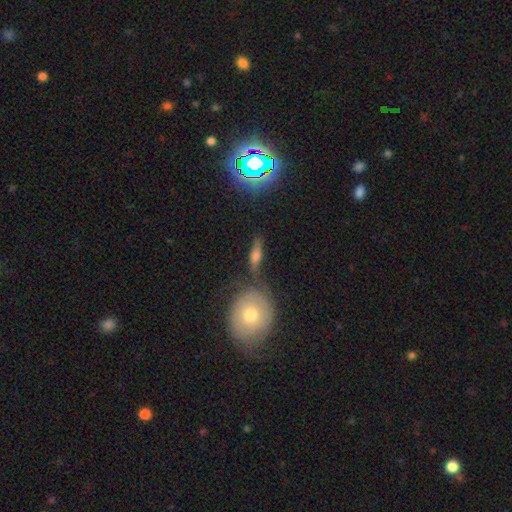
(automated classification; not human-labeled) This appears to be a smooth galaxy with no disk features (49%). Merging: none (54%).